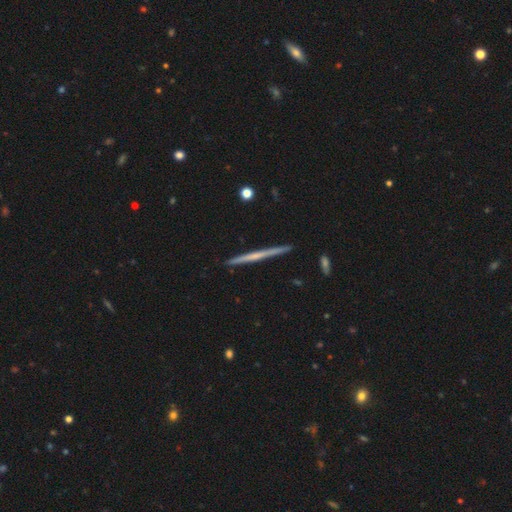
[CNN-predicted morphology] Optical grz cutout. It shows a featured or disk galaxy (61%) viewed edge-on (98%) with no central bulge (77%). Merging: none (92%).